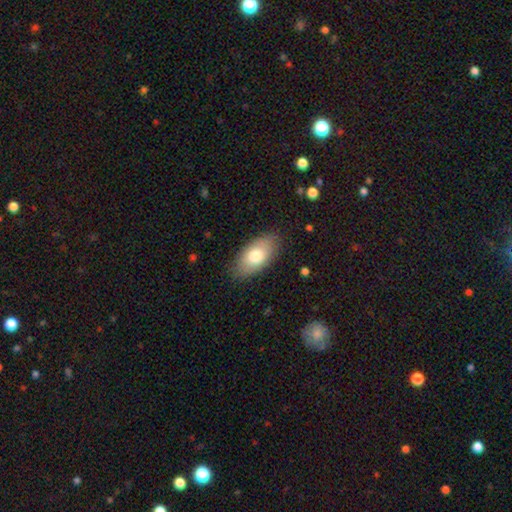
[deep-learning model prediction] This is likely a smooth galaxy (76%). How rounded: clearly in between (93%). Merging: clearly none (82%).